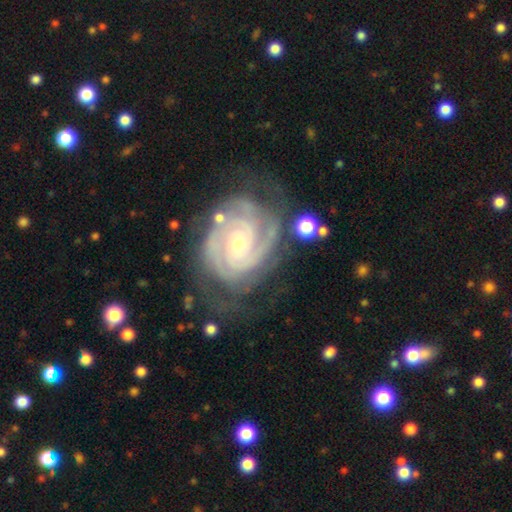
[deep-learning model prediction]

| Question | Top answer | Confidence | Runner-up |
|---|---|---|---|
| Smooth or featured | featured or disk | 90% | star or artifact (5%) |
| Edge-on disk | no | 97% | yes (3%) |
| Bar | no | 59% | weak (29%) |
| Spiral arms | yes | 98% | no (2%) |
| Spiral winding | tight | 77% | medium (20%) |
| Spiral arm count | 2 | 40% | 3 (23%) |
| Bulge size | small | 61% | moderate (35%) |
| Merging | none | 68% | minor disturbance (20%) |